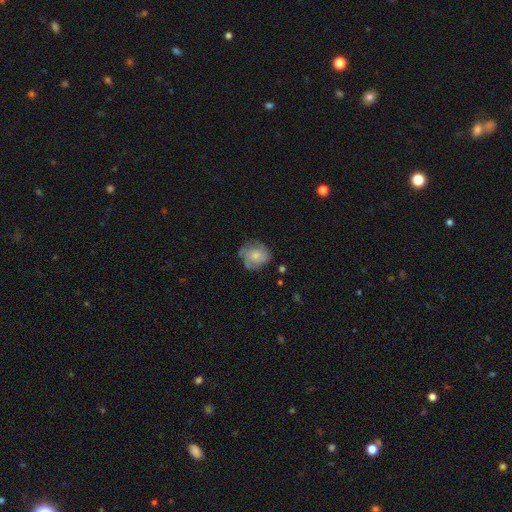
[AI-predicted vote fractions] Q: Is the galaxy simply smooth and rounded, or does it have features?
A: smooth — 50%.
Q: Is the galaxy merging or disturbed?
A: none — 63%.